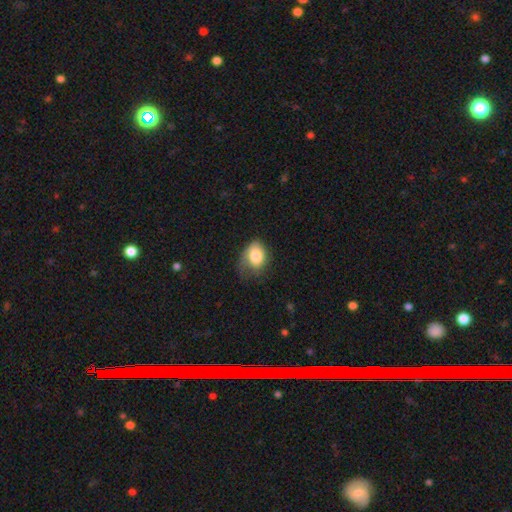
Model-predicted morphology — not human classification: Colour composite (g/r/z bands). It shows a smooth galaxy with no disk features (77%) that is in between round and cigar-shaped (65%). Merging: minor disturbance (36%).